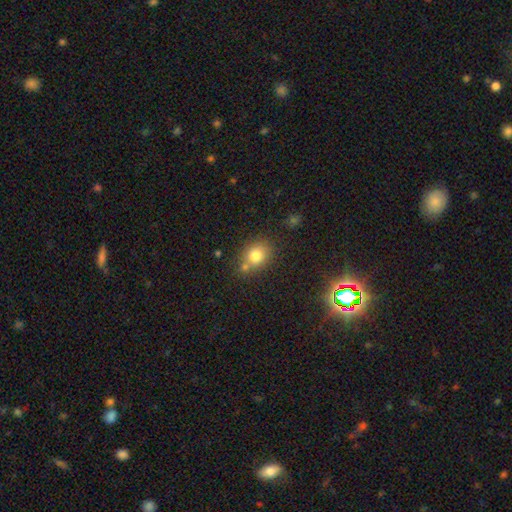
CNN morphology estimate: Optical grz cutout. It shows a smooth galaxy with no disk features (78%) that is round (53%). Merging: none (64%).